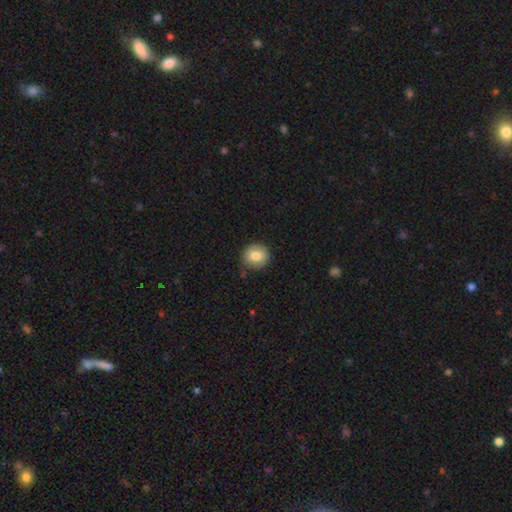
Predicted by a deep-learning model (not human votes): Smooth or featured: smooth — 79% (featured or disk — 13%)
How rounded: round — 87% (in between — 12%)
Merging: none — 86% (minor disturbance — 10%)